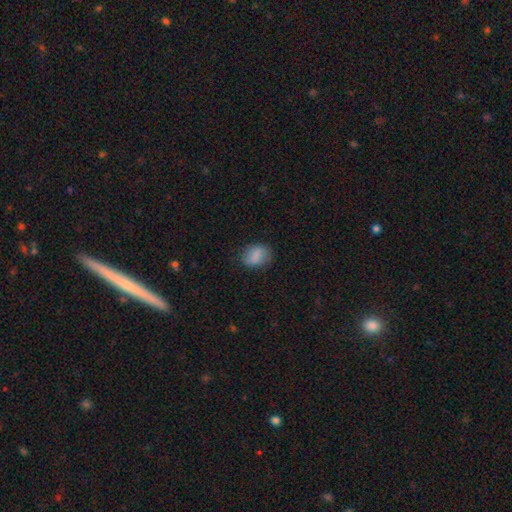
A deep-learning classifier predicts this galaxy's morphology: A smooth galaxy with no disk features (81%) that is in between round and cigar-shaped (62%).

Vote fractions:
- Smooth or featured? smooth: 81% / featured or disk: 10% / star or artifact: 9%
- How rounded? in between: 62% / round: 36% / cigar-shaped: 2%
- Merging? none: 75% / minor disturbance: 18% / major disturbance: 6% / merger: 1%